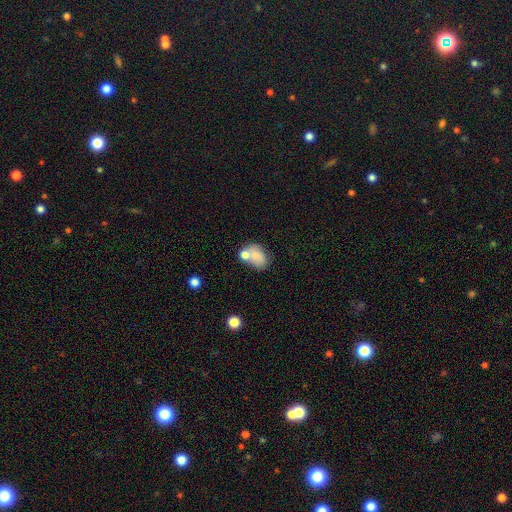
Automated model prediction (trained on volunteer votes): smooth_or_featured: smooth (p=0.73) [alt: featured or disk p=0.18]
how_rounded: in between (p=0.71) [alt: round p=0.28]
merging: none (p=0.40) [alt: merger p=0.35]